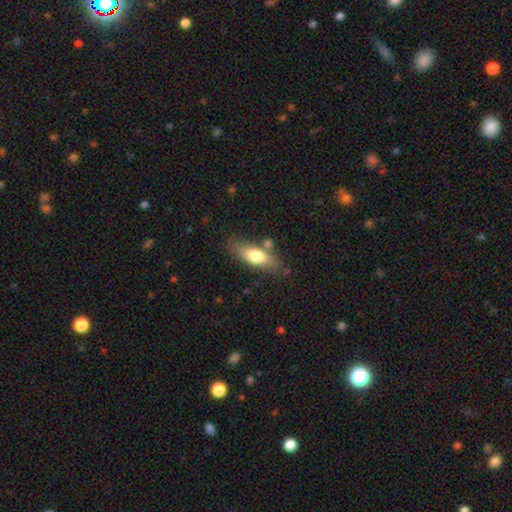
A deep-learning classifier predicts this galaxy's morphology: Smooth or featured?
  - smooth: 67% *
  - featured or disk: 26%
  - star or artifact: 7%
How rounded?
  - in between: 62% *
  - cigar-shaped: 34%
  - round: 4%
Merging?
  - none: 72% *
  - minor disturbance: 16%
  - merger: 7%
  - major disturbance: 4%